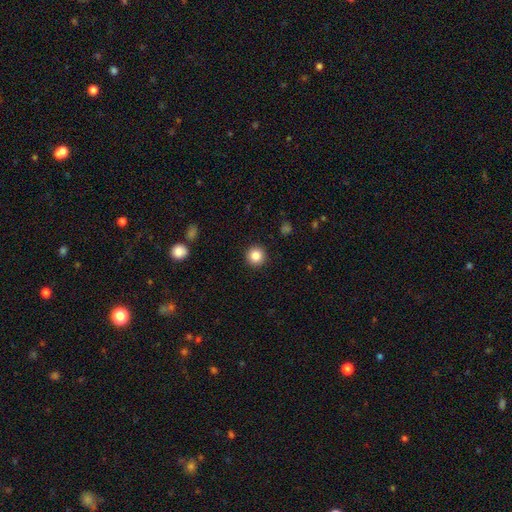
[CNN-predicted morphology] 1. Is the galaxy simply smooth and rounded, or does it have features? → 85% smooth, 10% star or artifact, 5% featured or disk.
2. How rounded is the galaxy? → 96% round, 3% in between, 1% cigar-shaped.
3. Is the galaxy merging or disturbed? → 93% none, 4% minor disturbance, 2% major disturbance, 1% merger.